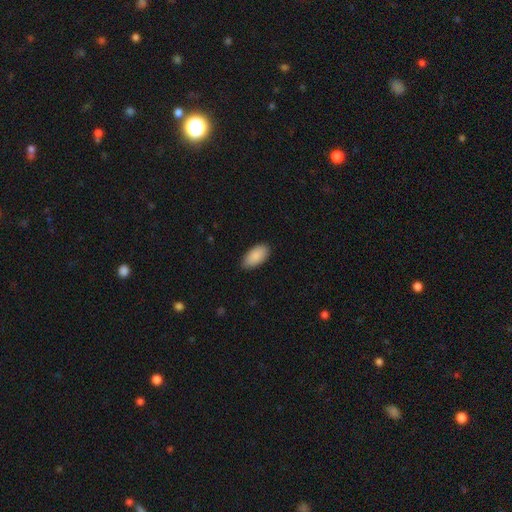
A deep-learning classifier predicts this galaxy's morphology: Smooth or featured: smooth — 89% (star or artifact — 6%)
How rounded: in between — 95% (cigar-shaped — 3%)
Merging: none — 86% (minor disturbance — 11%)